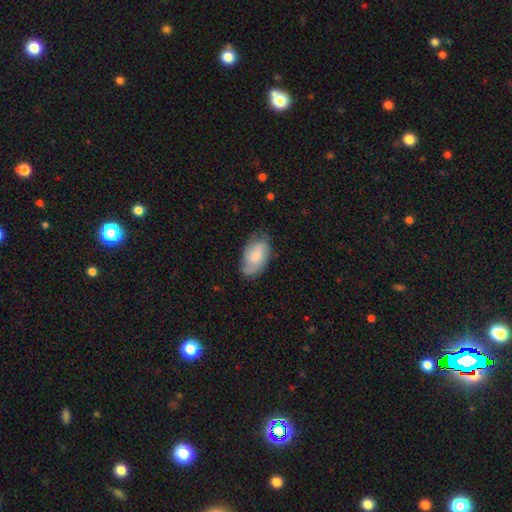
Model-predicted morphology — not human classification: The model was most divided on "smooth or featured": smooth: 51%, featured or disk: 42%, star or artifact: 7%. More confident: how rounded — in between (93%); merging — none (66%).